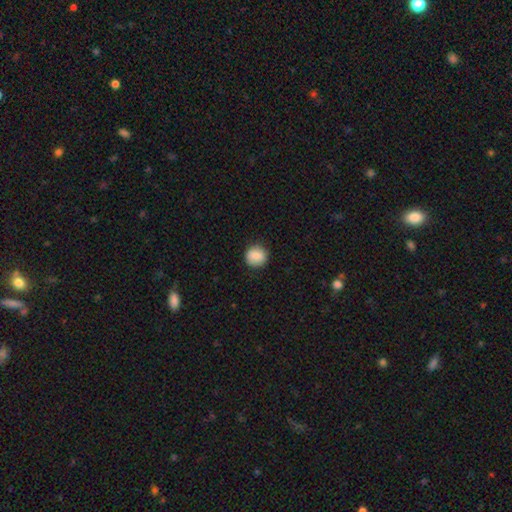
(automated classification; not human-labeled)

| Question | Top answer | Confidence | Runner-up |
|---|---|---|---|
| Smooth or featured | smooth | 87% | star or artifact (8%) |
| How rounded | round | 91% | in between (8%) |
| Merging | none | 89% | minor disturbance (8%) |